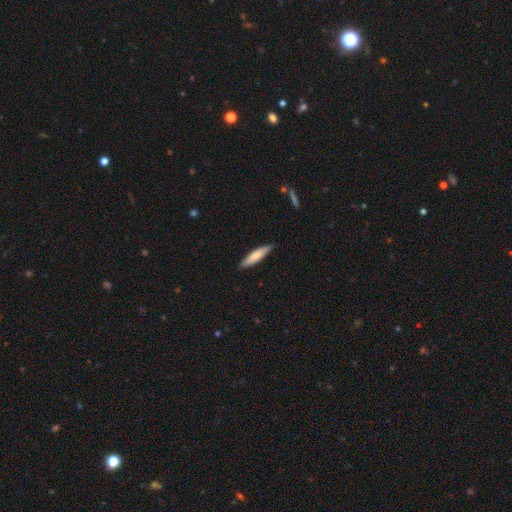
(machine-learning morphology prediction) Q: Smooth or featured?
A: smooth (75%); runner-up: featured or disk (19%)
Q: How rounded?
A: cigar-shaped (80%); runner-up: in between (18%)
Q: Merging?
A: none (87%); runner-up: minor disturbance (10%)